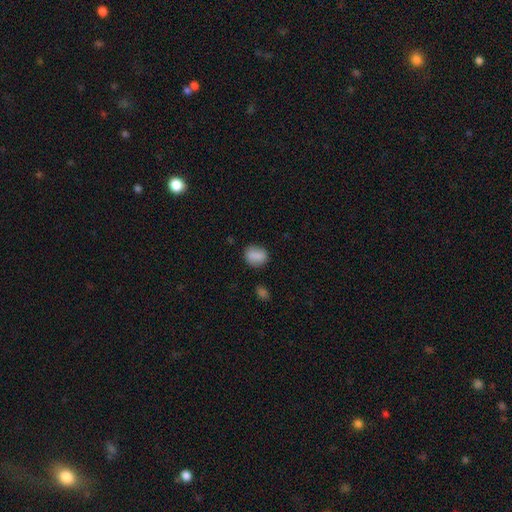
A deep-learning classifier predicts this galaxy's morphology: type=smooth (85%); roundness=in between (52%); merging=none (80%).